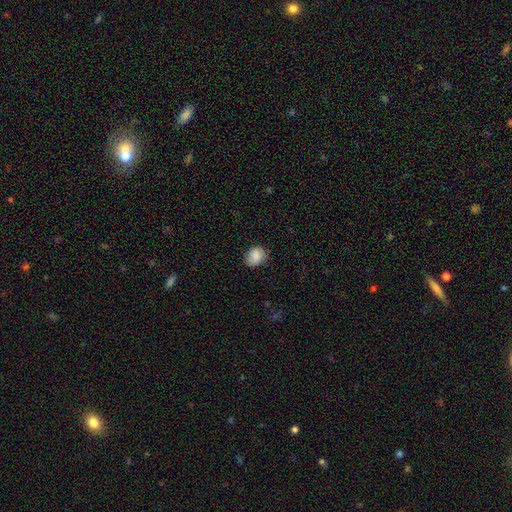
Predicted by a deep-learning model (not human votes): A smooth galaxy with no disk features (79%) that is in between round and cigar-shaped (54%).

Vote fractions:
- Smooth or featured? smooth: 79% / featured or disk: 13% / star or artifact: 8%
- How rounded? in between: 54% / round: 45% / cigar-shaped: 1%
- Merging? none: 71% / minor disturbance: 23% / major disturbance: 5% / merger: 1%